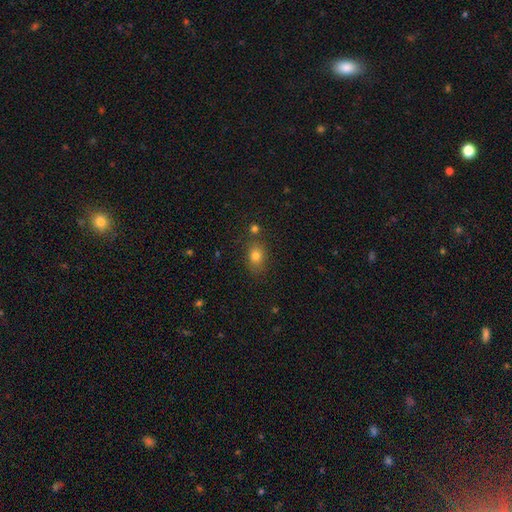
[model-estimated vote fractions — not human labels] Q: Smooth or featured?
A: smooth (78%); runner-up: star or artifact (13%)
Q: How rounded?
A: in between (65%); runner-up: round (33%)
Q: Merging?
A: none (75%); runner-up: minor disturbance (14%)